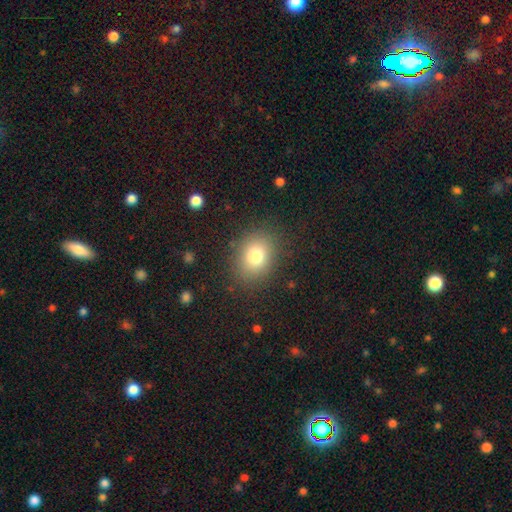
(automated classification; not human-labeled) The model was most divided on "how rounded": in between: 50%, round: 49%, cigar-shaped: 1%. More confident: merging — none (85%); smooth or featured — smooth (78%).